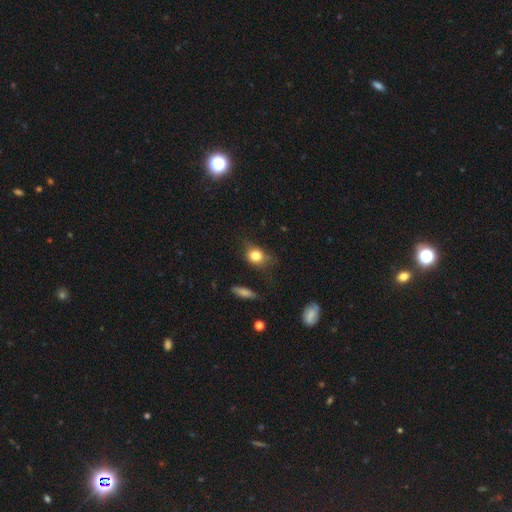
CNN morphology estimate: Overall: smooth (79%). How rounded: round (51%; in between 46%). Merging: none (59%; minor disturbance 29%).